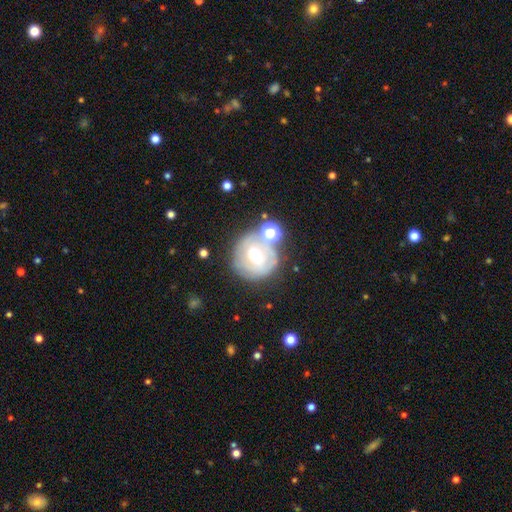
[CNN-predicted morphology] Q: Smooth or featured?
A: featured or disk (55%); runner-up: smooth (34%)
Q: Edge-on disk?
A: no (95%); runner-up: yes (5%)
Q: Bar?
A: no (48%); runner-up: weak (36%)
Q: Spiral arms?
A: no (58%); runner-up: yes (42%)
Q: Bulge size?
A: moderate (69%); runner-up: large (20%)
Q: Merging?
A: none (59%); runner-up: minor disturbance (16%)